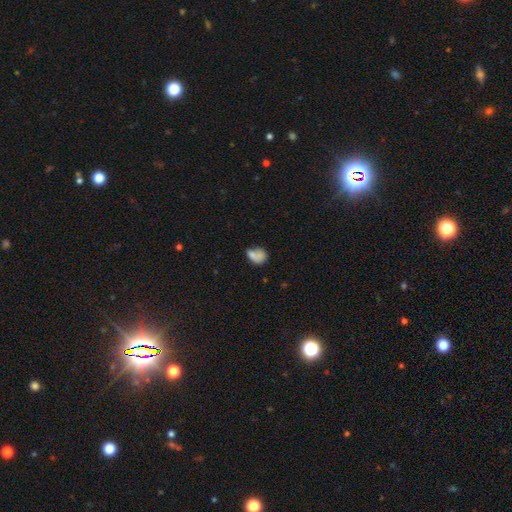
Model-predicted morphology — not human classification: Smooth or featured? Predicted: smooth (p=0.71). How rounded? Predicted: in between (p=0.65). Merging? Predicted: none (p=0.40).